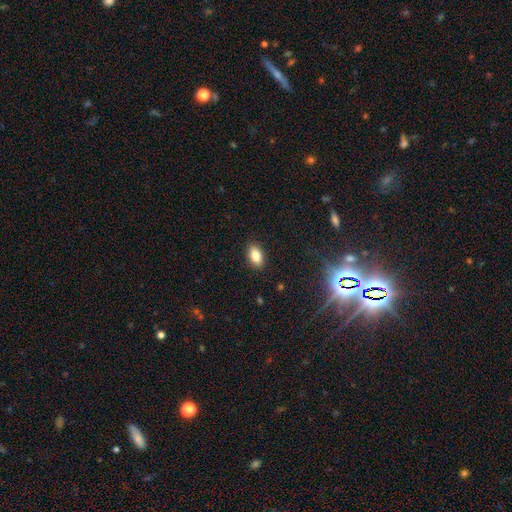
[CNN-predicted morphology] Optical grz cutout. It shows a smooth galaxy with no disk features (83%) that is in between round and cigar-shaped (91%). Merging: none (88%).